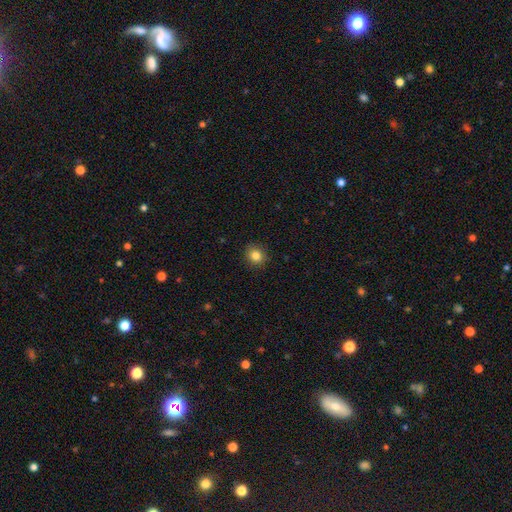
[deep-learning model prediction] Smooth or featured?
  - smooth: 83% *
  - star or artifact: 11%
  - featured or disk: 6%
How rounded?
  - round: 79% *
  - in between: 21%
  - cigar-shaped: 1%
Merging?
  - none: 90% *
  - minor disturbance: 7%
  - major disturbance: 2%
  - merger: 1%